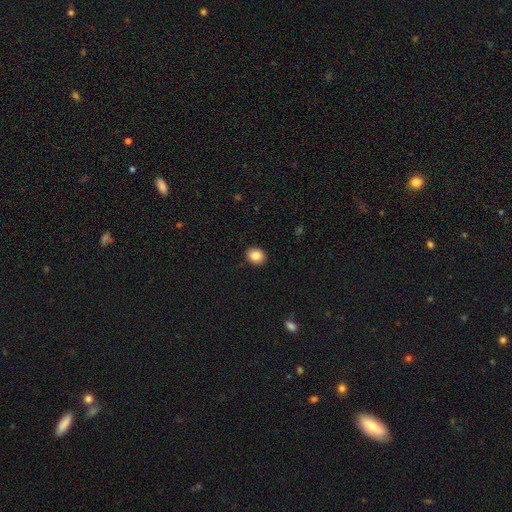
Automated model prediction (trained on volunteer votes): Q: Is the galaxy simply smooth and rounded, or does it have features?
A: smooth — 85%.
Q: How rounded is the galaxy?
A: round — 57%.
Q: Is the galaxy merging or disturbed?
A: none — 91%.